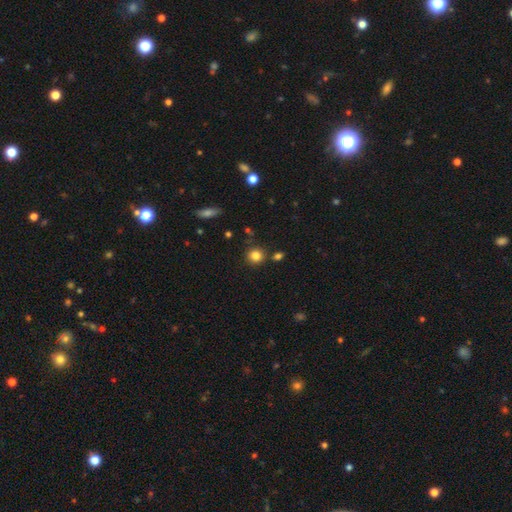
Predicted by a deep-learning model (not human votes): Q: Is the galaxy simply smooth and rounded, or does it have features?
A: smooth — 83%.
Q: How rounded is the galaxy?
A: round — 90%.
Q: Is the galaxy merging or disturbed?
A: none — 83%.